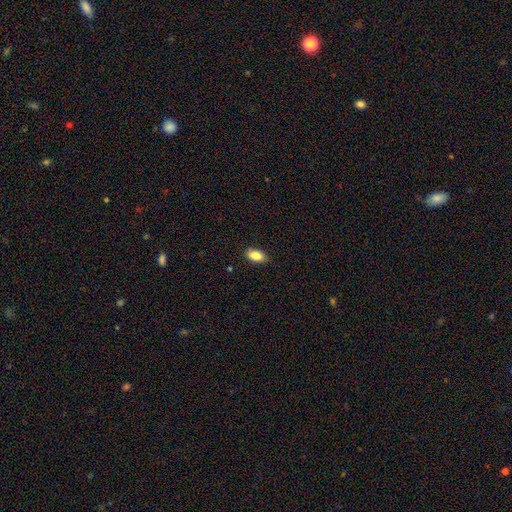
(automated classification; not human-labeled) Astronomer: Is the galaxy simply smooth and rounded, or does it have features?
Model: smooth — 85%.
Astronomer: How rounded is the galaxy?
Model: in between — 91%.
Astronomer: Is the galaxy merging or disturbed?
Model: none — 85%.